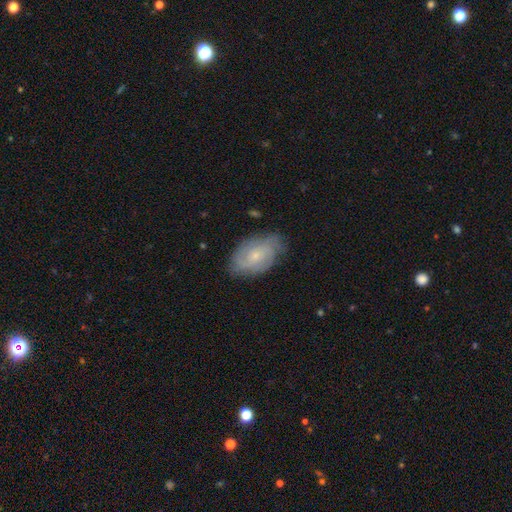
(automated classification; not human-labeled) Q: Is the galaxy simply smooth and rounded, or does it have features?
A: featured or disk — 66%.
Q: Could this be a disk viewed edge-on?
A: no — 96%.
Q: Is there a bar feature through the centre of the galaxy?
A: no — 68%.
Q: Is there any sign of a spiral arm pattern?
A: yes — 88%.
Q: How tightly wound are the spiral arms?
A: tight — 52%.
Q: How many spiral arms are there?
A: can't tell — 39%.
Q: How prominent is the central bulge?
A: small — 69%.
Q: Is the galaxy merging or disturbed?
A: none — 74%.